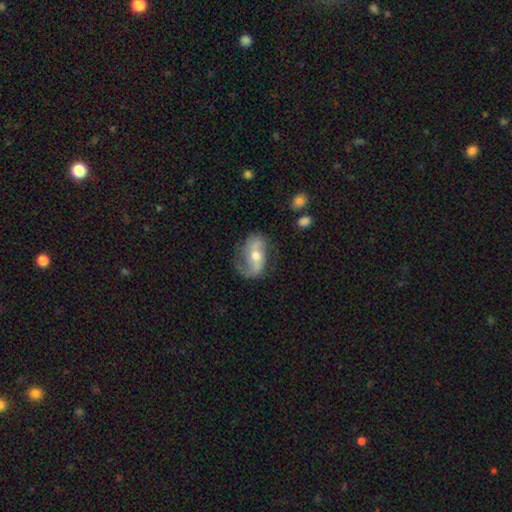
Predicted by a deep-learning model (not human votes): This appears to be a featured or disk galaxy (75%) with no bar (41%), 2 (78%) loose (55%) spiral arms (90%) and a moderate central bulge (68%). Merging: none (61%).